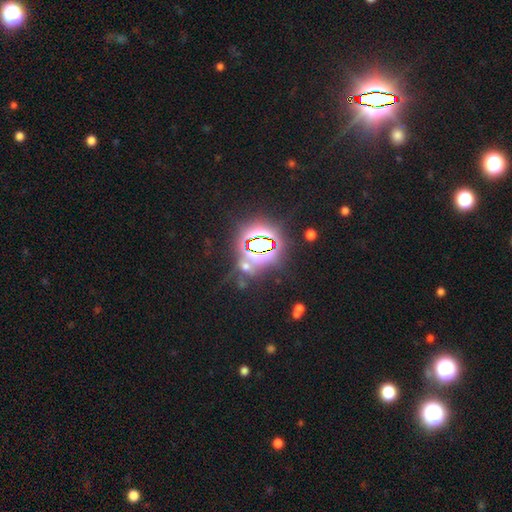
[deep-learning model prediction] smooth_or_featured: star or artifact (p=0.82) [alt: smooth p=0.10]